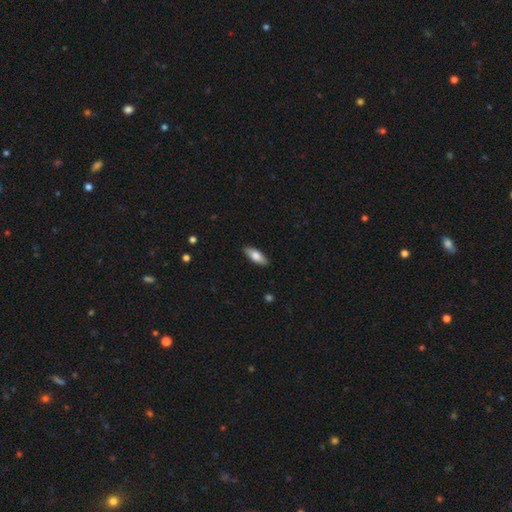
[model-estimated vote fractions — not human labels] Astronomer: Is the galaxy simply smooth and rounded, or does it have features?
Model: smooth — 74%.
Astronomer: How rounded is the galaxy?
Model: in between — 70%.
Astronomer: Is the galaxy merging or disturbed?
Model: none — 89%.